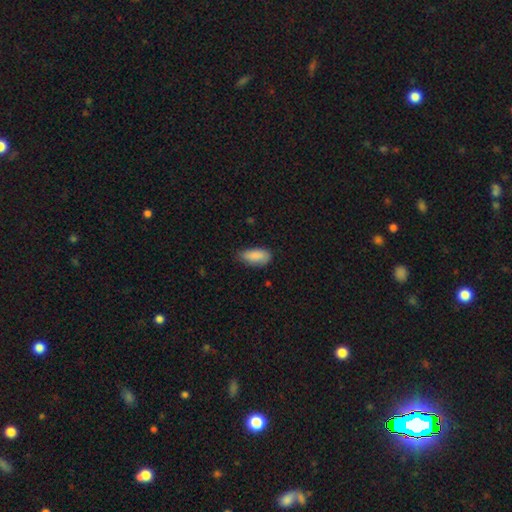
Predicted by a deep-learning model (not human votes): This appears to be a smooth galaxy with no disk features (88%) that is in between round and cigar-shaped (89%). Merging: none (67%).